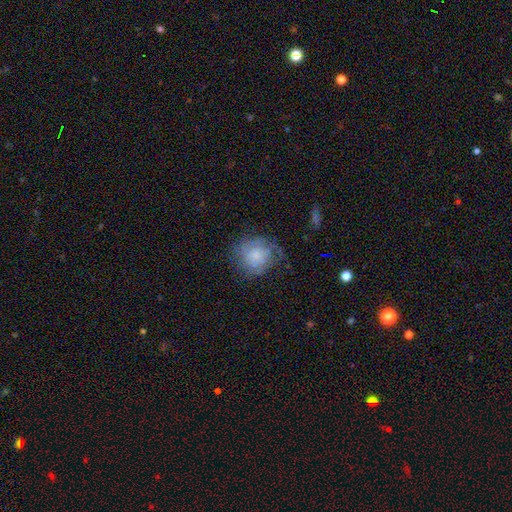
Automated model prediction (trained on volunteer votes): Morphology: type=smooth (55%); roundness=round (83%); merging=none (54%).